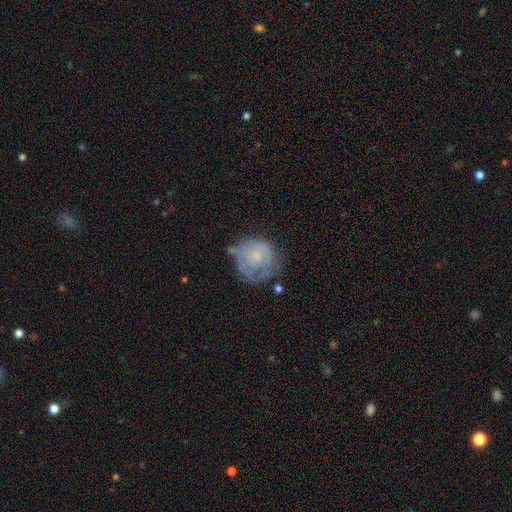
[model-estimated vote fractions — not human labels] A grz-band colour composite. It shows a featured or disk galaxy (50%). Merging: none (45%).